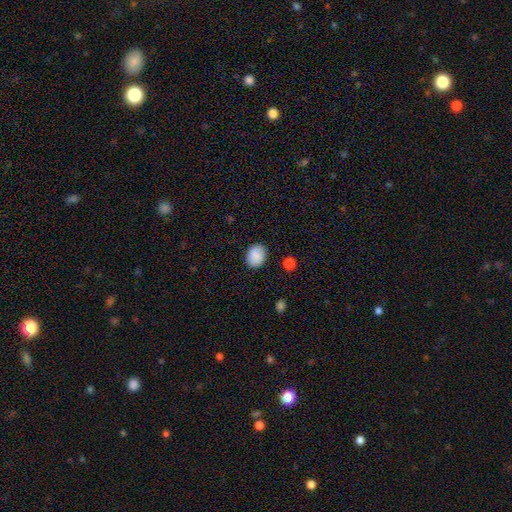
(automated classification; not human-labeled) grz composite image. It shows a smooth galaxy with no disk features (87%) that is round (51%). Merging: none (88%).